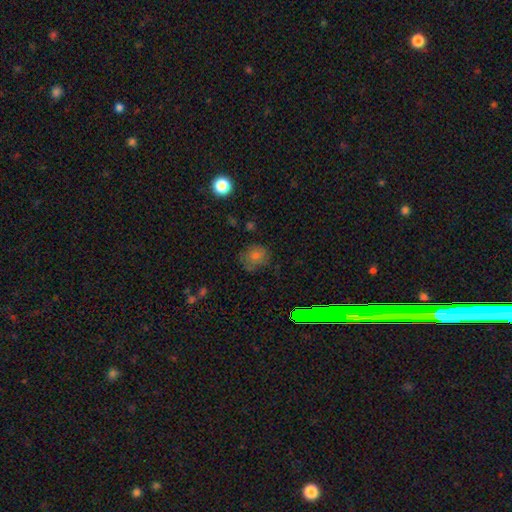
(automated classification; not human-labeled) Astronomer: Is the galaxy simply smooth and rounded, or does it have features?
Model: smooth — 62%.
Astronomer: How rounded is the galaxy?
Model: round — 81%.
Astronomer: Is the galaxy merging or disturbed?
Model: none — 72%.